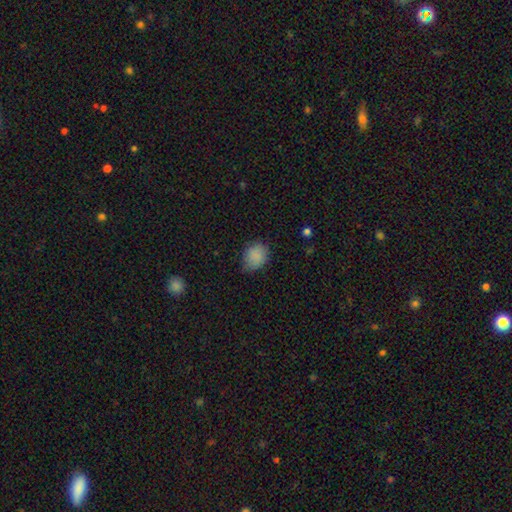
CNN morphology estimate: Overall: smooth (86%). How rounded: round (54%; in between 45%). Merging: none (71%).